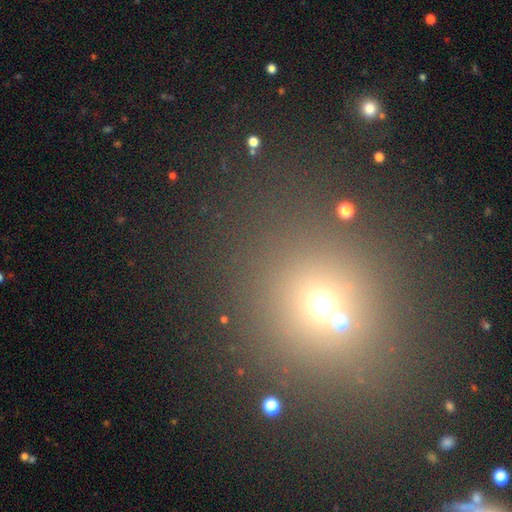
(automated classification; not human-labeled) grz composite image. It shows a smooth galaxy with no disk features (46%). Merging: none (70%).